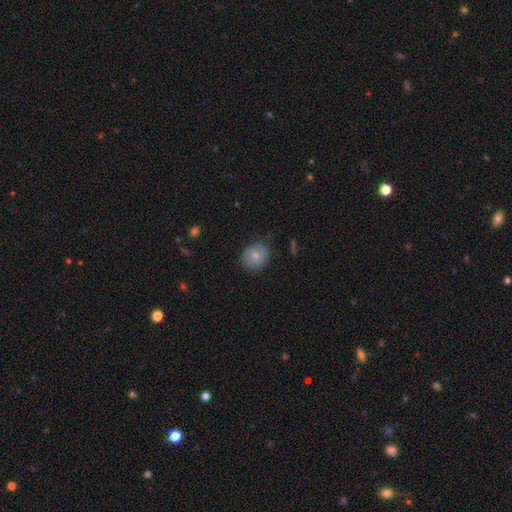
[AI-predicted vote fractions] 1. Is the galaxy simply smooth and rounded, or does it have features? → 71% smooth, 21% featured or disk, 7% star or artifact.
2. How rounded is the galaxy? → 66% round, 33% in between, 1% cigar-shaped.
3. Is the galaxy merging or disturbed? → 69% none, 25% minor disturbance, 5% major disturbance, 1% merger.